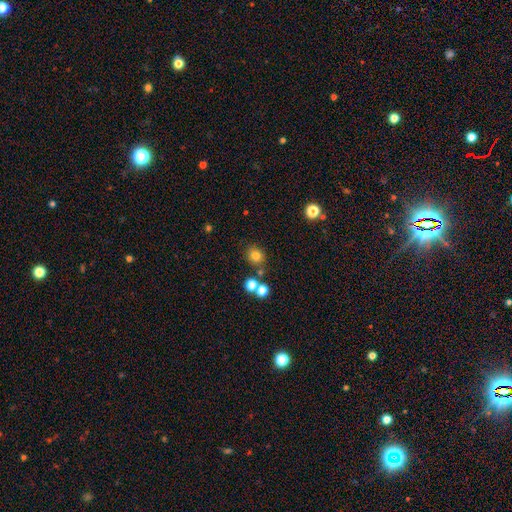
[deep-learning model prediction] smooth_or_featured: smooth (p=0.77) [alt: star or artifact p=0.15]
how_rounded: round (p=0.76) [alt: in between p=0.23]
merging: none (p=0.78) [alt: minor disturbance p=0.10]